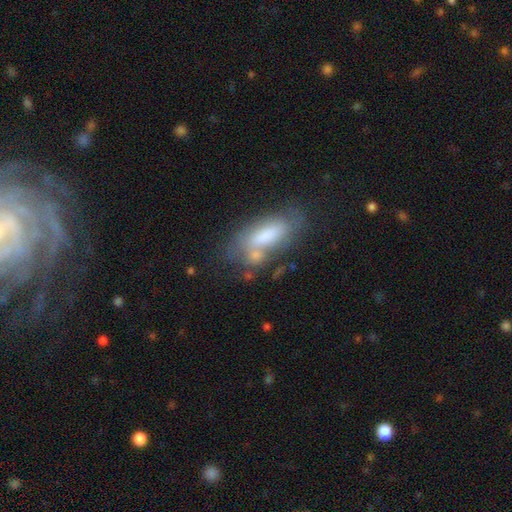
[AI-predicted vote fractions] The model was most divided on "merging": none: 46%, minor disturbance: 21%, merger: 21%, major disturbance: 13%. More confident: how rounded — in between (72%); smooth or featured — smooth (66%).